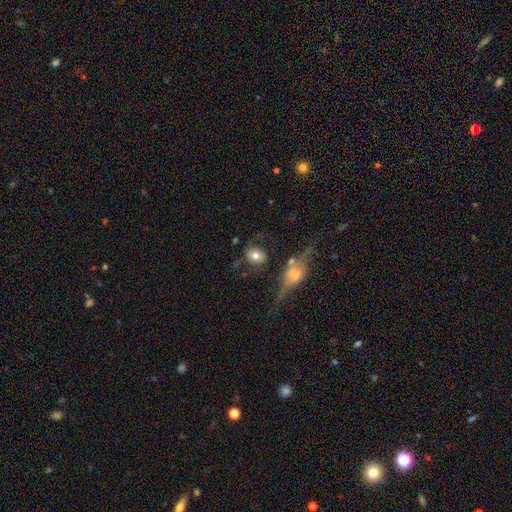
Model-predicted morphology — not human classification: type=smooth (66%); roundness=round (60%); merging=none (57%).